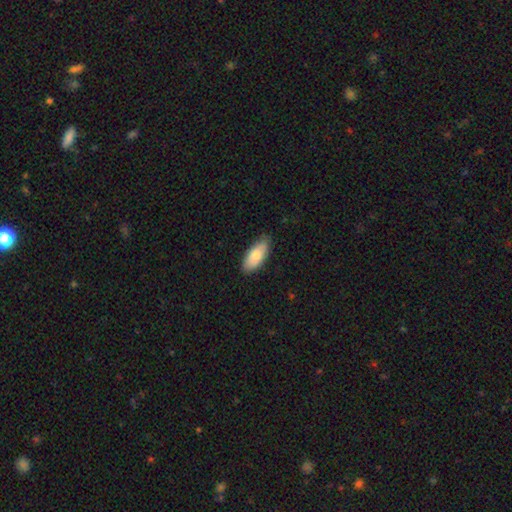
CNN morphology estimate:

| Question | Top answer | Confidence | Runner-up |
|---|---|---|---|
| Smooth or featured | smooth | 83% | featured or disk (11%) |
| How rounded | in between | 85% | cigar-shaped (13%) |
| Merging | none | 83% | minor disturbance (14%) |